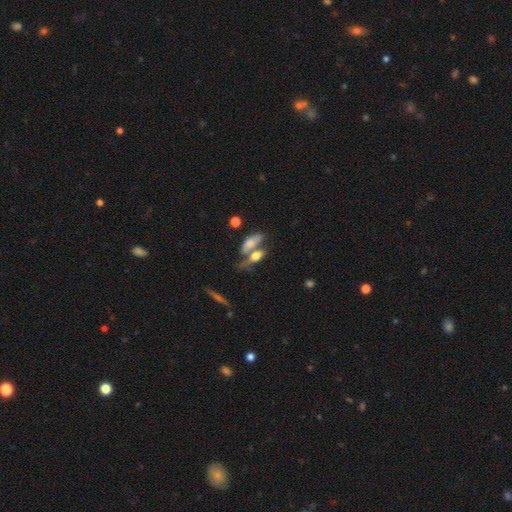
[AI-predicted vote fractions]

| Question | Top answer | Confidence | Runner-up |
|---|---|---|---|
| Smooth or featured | smooth | 62% | featured or disk (29%) |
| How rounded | in between | 71% | cigar-shaped (22%) |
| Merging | merger | 47% | none (35%) |